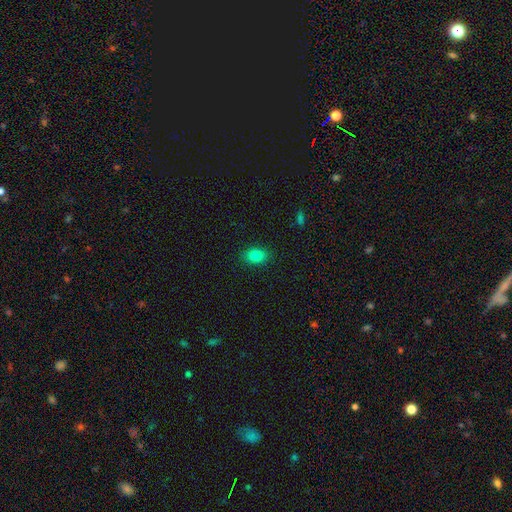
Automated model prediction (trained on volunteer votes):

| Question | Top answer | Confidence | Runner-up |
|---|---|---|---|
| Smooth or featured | smooth | 82% | star or artifact (11%) |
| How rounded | in between | 75% | round (23%) |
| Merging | none | 87% | minor disturbance (9%) |